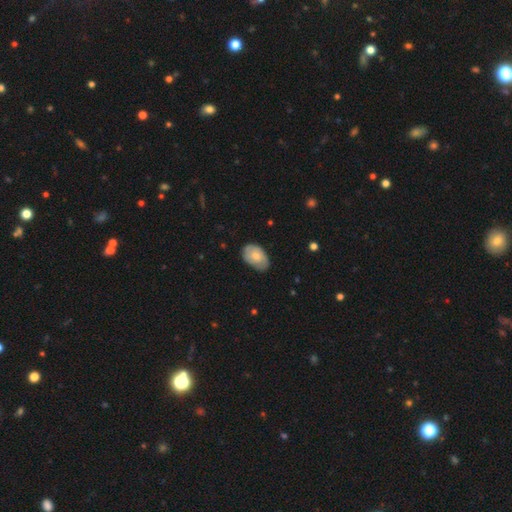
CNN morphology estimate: Smooth or featured?
  - smooth: 63% *
  - featured or disk: 31%
  - star or artifact: 6%
How rounded?
  - in between: 89% *
  - round: 10%
  - cigar-shaped: 1%
Merging?
  - none: 66% *
  - minor disturbance: 28%
  - major disturbance: 5%
  - merger: 1%